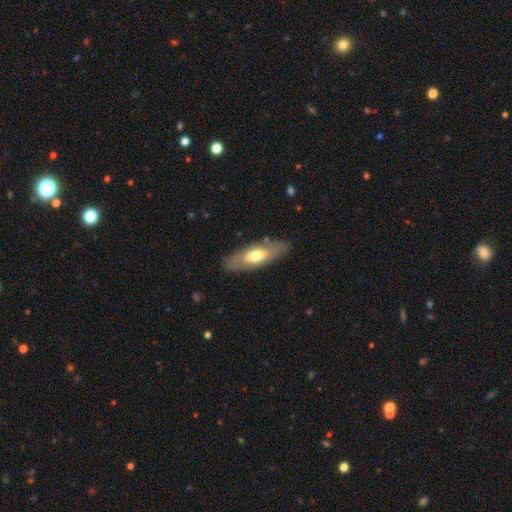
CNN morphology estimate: Smooth or featured?
  - smooth: 57% *
  - featured or disk: 38%
  - star or artifact: 6%
How rounded?
  - in between: 68% *
  - cigar-shaped: 29%
  - round: 2%
Merging?
  - none: 84% *
  - minor disturbance: 12%
  - major disturbance: 3%
  - merger: 2%